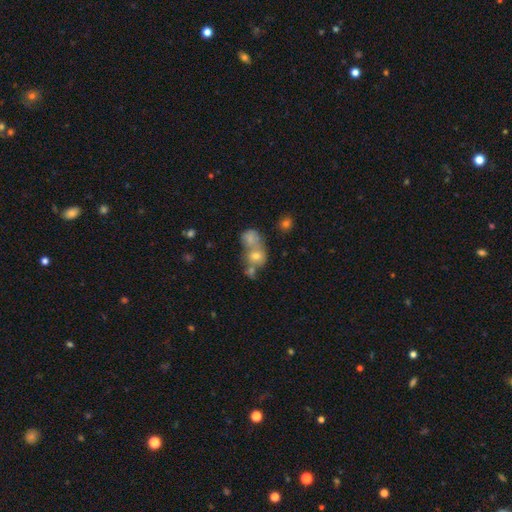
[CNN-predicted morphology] Overall: smooth (53%; featured or disk 27%). How rounded: round (64%; in between 34%). Merging: merger (57%; none 29%).